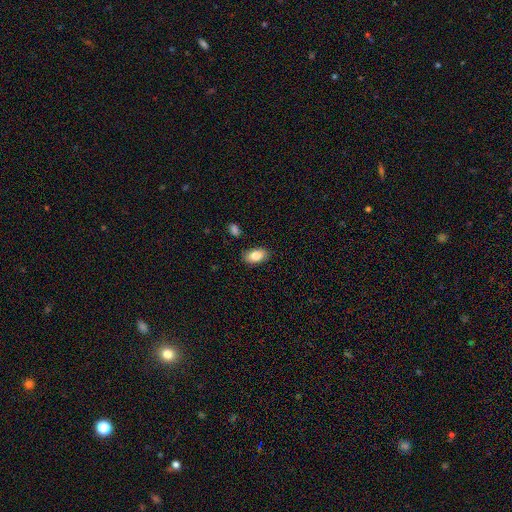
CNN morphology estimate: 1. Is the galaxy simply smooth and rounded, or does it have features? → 84% smooth, 9% featured or disk, 7% star or artifact.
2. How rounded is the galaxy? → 92% in between, 6% round, 2% cigar-shaped.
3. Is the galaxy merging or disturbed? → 86% none, 10% minor disturbance, 2% major disturbance, 2% merger.